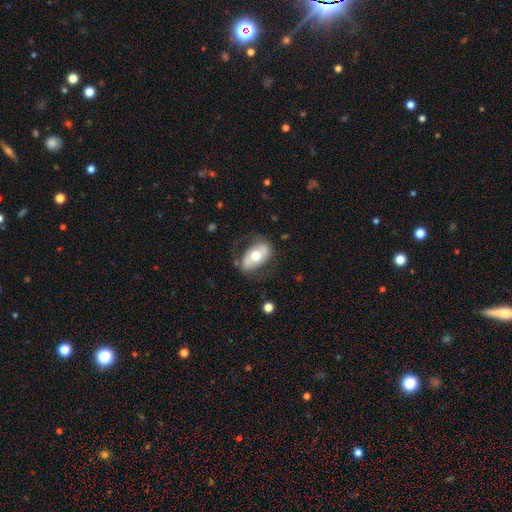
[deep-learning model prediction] The model was most divided on "smooth or featured": featured or disk: 49%, smooth: 45%, star or artifact: 6%. More confident: merging — none (65%).